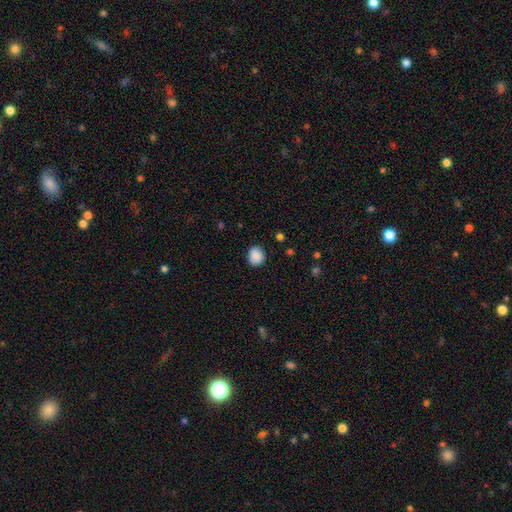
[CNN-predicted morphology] smooth_or_featured: smooth (p=0.87) [alt: star or artifact p=0.08]
how_rounded: round (p=0.69) [alt: in between p=0.30]
merging: none (p=0.83) [alt: minor disturbance p=0.12]